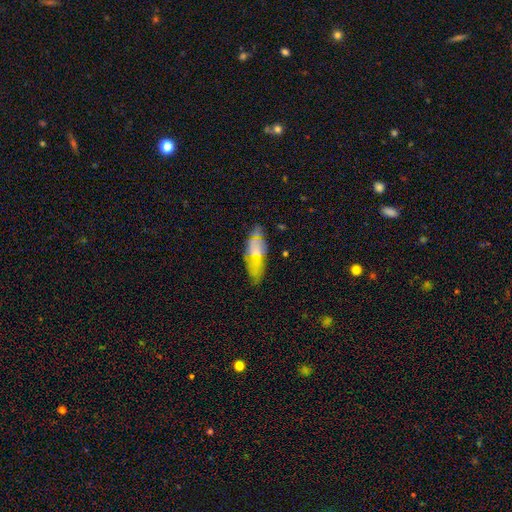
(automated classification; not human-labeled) Smooth or featured? smooth (47%)
Merging? none (69%)